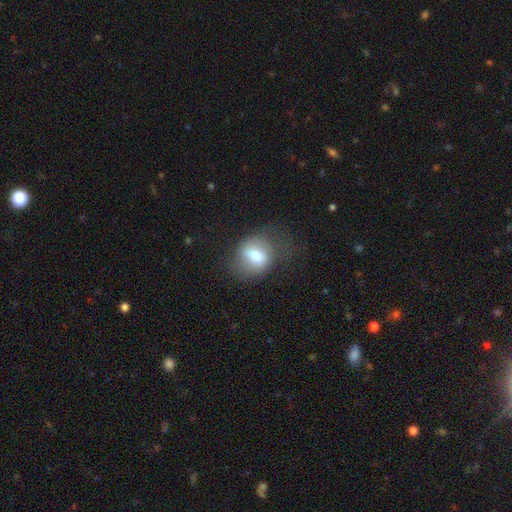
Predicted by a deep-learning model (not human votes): This is likely a smooth galaxy (67%). How rounded: possibly round (49%, tied with in between). Merging: possibly none (57%).